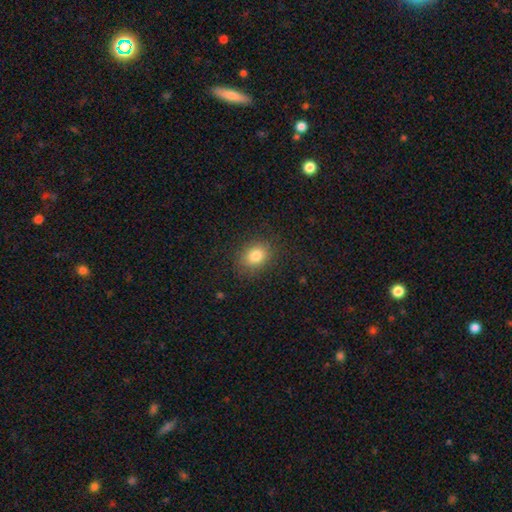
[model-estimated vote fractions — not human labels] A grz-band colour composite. It shows a smooth galaxy with no disk features (82%) that is in between round and cigar-shaped (56%). Merging: none (85%).